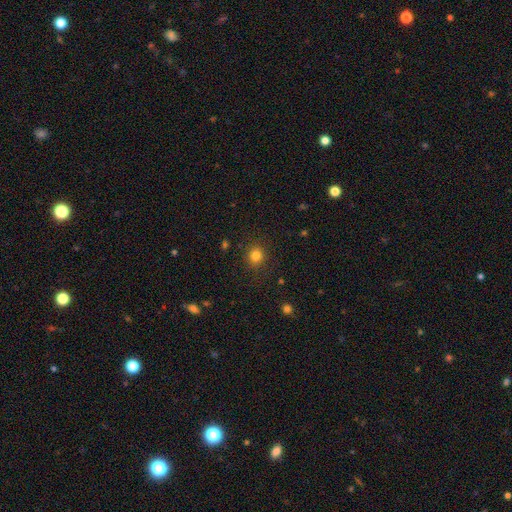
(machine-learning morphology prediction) This appears to be a smooth galaxy with no disk features (81%) that is round (86%). Merging: none (88%).